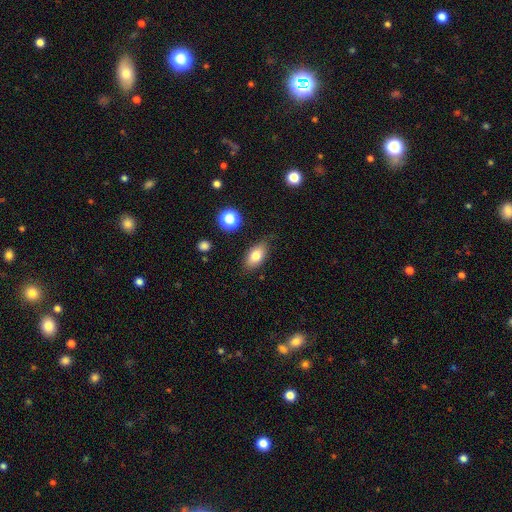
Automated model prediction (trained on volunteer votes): Smooth or featured?
  - smooth: 78% *
  - featured or disk: 13%
  - star or artifact: 9%
How rounded?
  - in between: 87% *
  - round: 7%
  - cigar-shaped: 6%
Merging?
  - none: 81% *
  - minor disturbance: 14%
  - major disturbance: 3%
  - merger: 2%